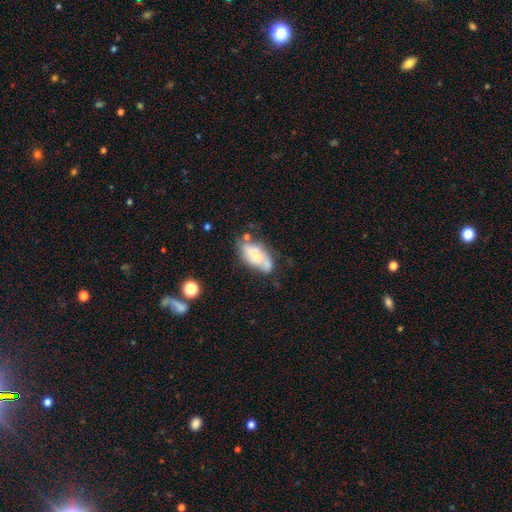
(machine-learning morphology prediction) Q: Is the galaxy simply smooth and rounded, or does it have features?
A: smooth — 52%.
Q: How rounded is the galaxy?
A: in between — 89%.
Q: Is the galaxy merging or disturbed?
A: none — 49%.